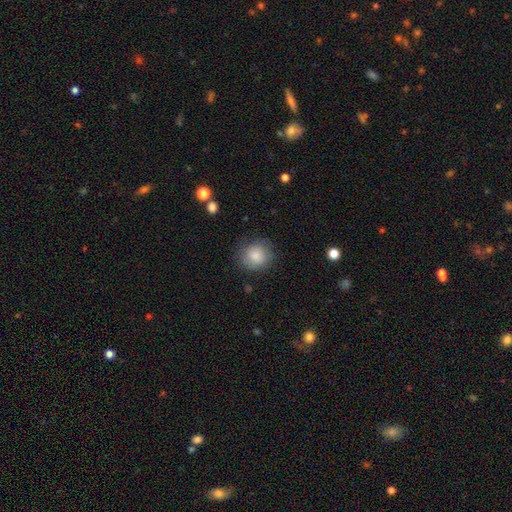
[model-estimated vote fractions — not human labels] Smooth or featured: smooth — 84% (featured or disk — 8%)
How rounded: round — 87% (in between — 12%)
Merging: none — 81% (minor disturbance — 14%)